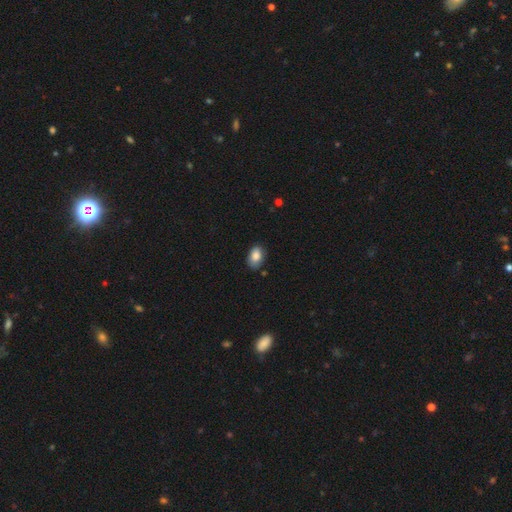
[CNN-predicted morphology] Smooth or featured: smooth — 84% (featured or disk — 8%)
How rounded: in between — 88% (round — 11%)
Merging: none — 78% (minor disturbance — 17%)